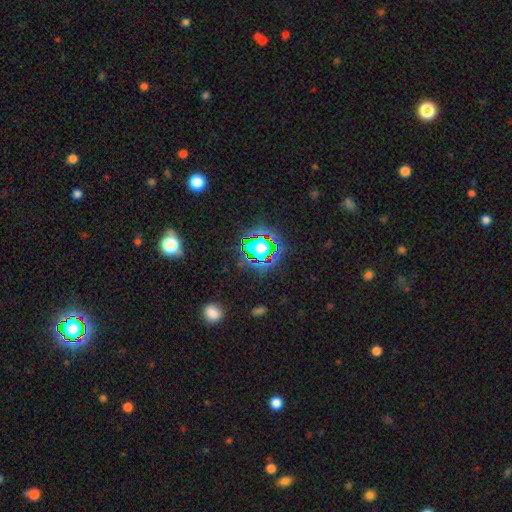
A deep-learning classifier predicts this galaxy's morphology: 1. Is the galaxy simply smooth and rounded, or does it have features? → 69% star or artifact, 21% smooth, 9% featured or disk.